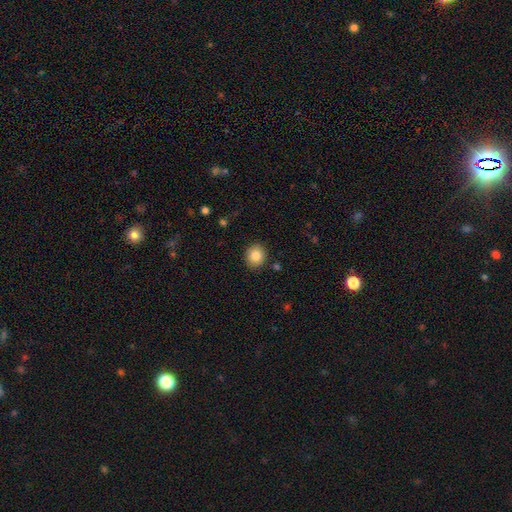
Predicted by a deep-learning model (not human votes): Smooth or featured? Predicted: smooth (p=0.84). How rounded? Predicted: round (p=0.78). Merging? Predicted: none (p=0.89).